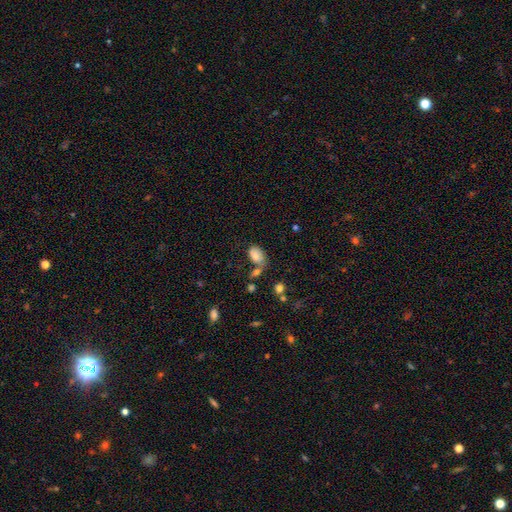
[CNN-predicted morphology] type=smooth (77%); roundness=in between (89%); merging=none (44%).